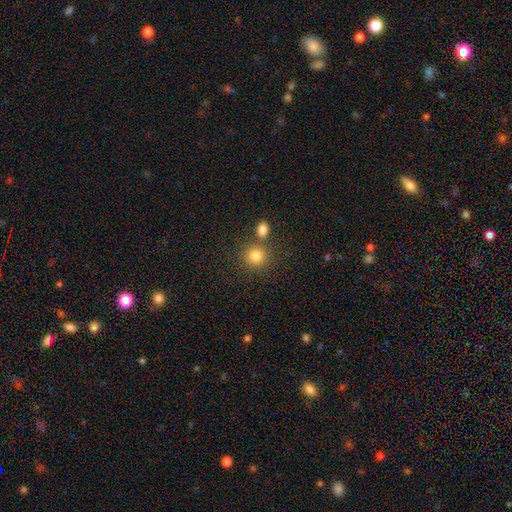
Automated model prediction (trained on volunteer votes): The model was most divided on "merging": none: 69%, merger: 19%, minor disturbance: 9%, major disturbance: 4%. More confident: how rounded — round (87%); smooth or featured — smooth (83%).